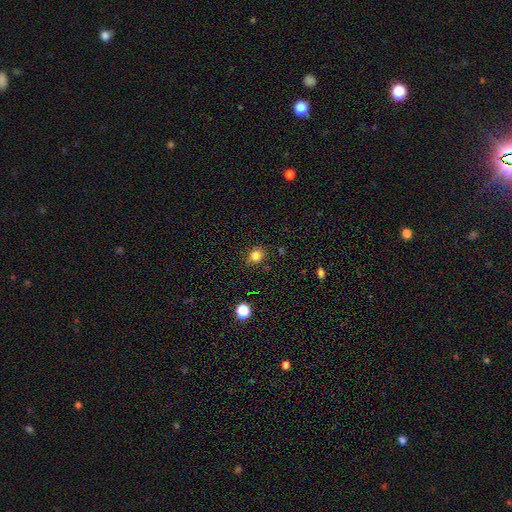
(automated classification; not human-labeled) Q: Smooth or featured?
A: smooth (81%); runner-up: star or artifact (14%)
Q: How rounded?
A: round (75%); runner-up: in between (24%)
Q: Merging?
A: none (84%); runner-up: minor disturbance (12%)